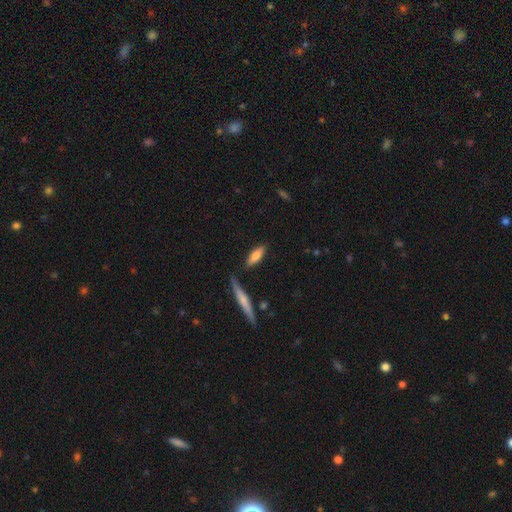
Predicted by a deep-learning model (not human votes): A smooth galaxy with no disk features (73%) that is cigar-shaped (52%). Merging: none (80%).